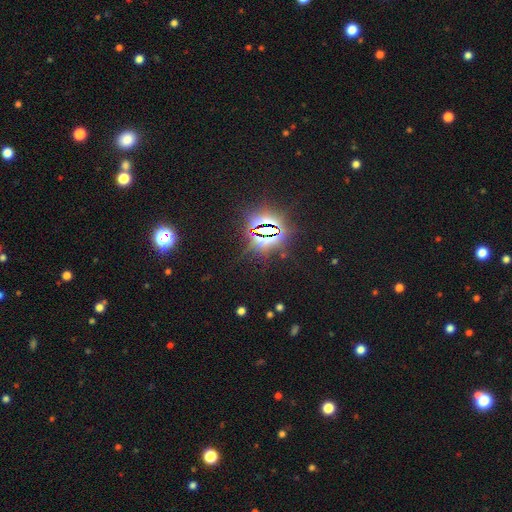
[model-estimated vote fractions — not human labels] Smooth or featured? Predicted: star or artifact (p=0.82).